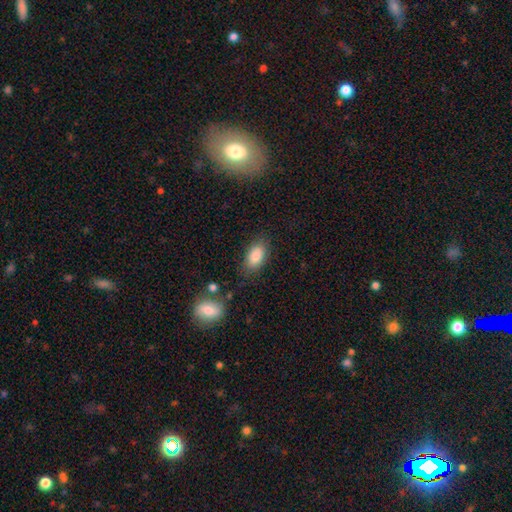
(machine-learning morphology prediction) smooth_or_featured: smooth (p=0.88) [alt: star or artifact p=0.07]
how_rounded: in between (p=0.92) [alt: round p=0.05]
merging: none (p=0.79) [alt: minor disturbance p=0.14]